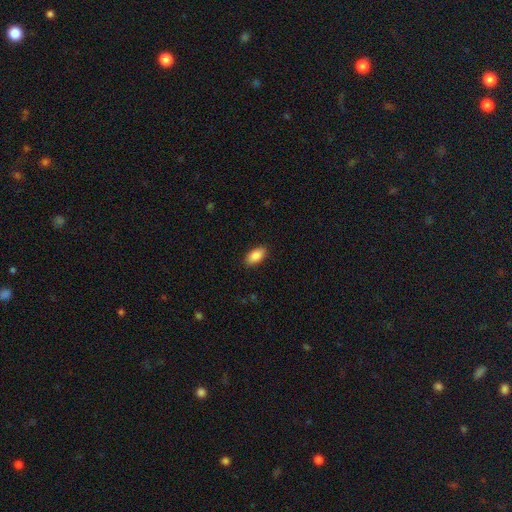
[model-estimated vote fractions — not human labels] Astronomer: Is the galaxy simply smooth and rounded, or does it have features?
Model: smooth — 87%.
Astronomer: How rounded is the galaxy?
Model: in between — 93%.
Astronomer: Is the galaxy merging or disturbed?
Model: none — 89%.